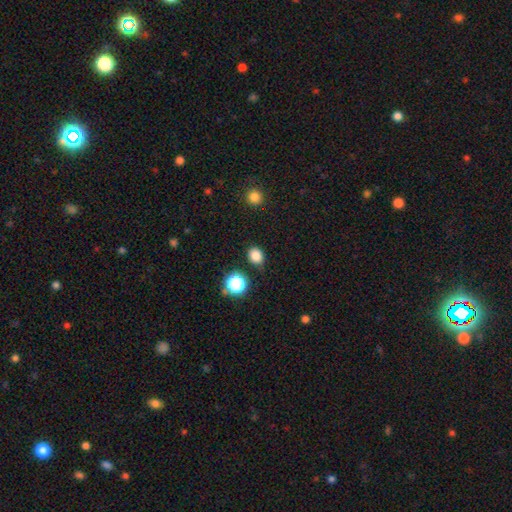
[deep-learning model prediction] This is clearly a smooth galaxy (83%). How rounded: possibly round (53%). Merging: clearly none (81%).